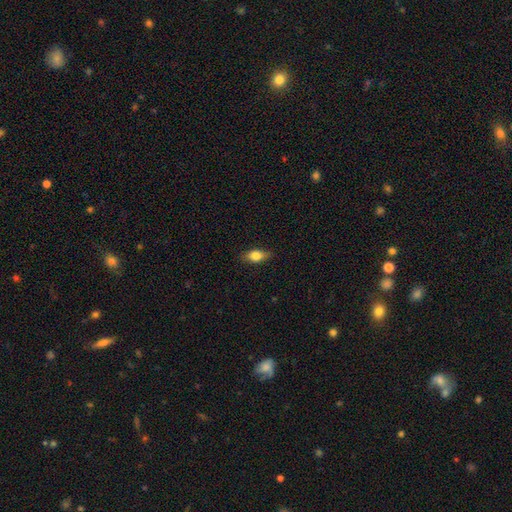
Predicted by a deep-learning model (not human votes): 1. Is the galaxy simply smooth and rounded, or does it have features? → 77% smooth, 15% featured or disk, 8% star or artifact.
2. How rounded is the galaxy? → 81% in between, 10% cigar-shaped, 9% round.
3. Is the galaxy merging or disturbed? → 82% none, 14% minor disturbance, 3% major disturbance, 1% merger.